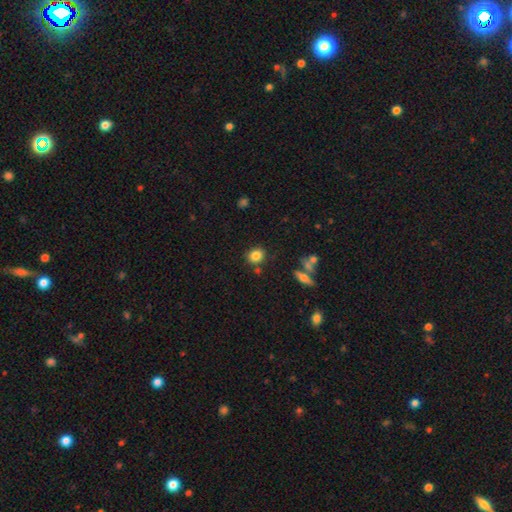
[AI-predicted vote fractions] Overall: smooth (82%). How rounded: round (66%; in between 32%). Merging: none (79%).